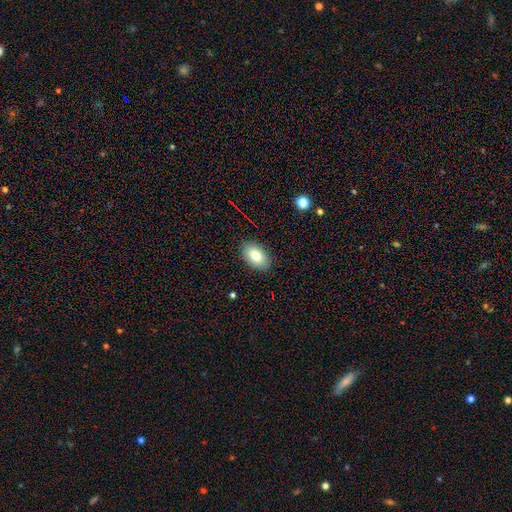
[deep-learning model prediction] A smooth galaxy with no disk features (81%) that is in between round and cigar-shaped (91%). Merging: none (88%).